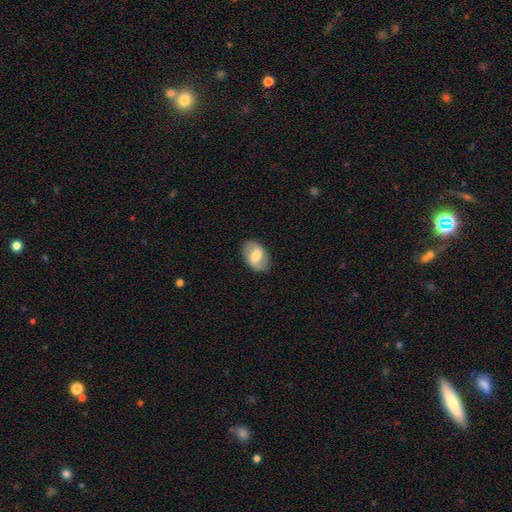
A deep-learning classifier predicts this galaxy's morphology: This appears to be a featured or disk galaxy (54%) with a weak bar (45%), spiral arms (69%) and a moderate central bulge (55%). Merging: none (85%).